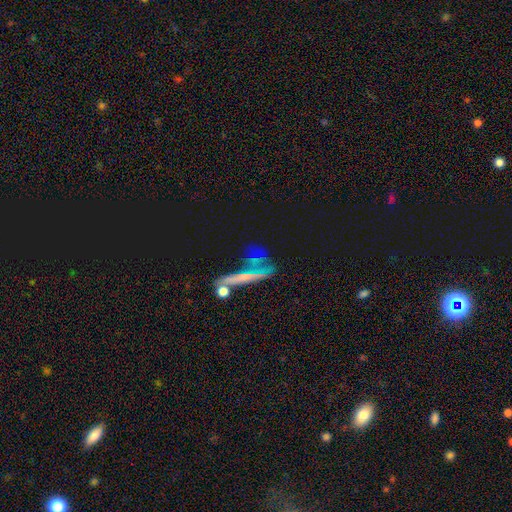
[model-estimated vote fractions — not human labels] Morphology: type=smooth (39%); merging=none (54%).